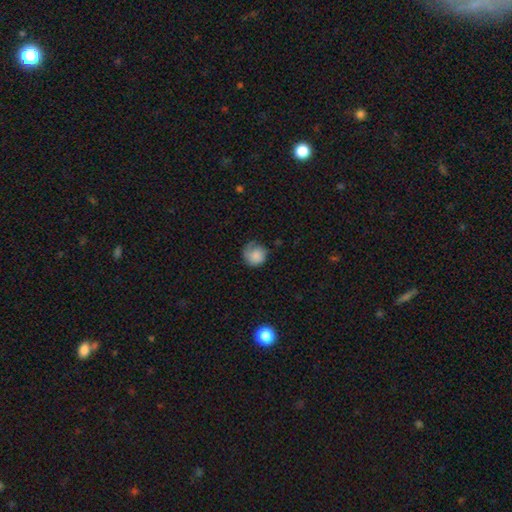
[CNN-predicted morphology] This is likely a smooth galaxy (78%). How rounded: clearly round (86%). Merging: possibly none (55%).